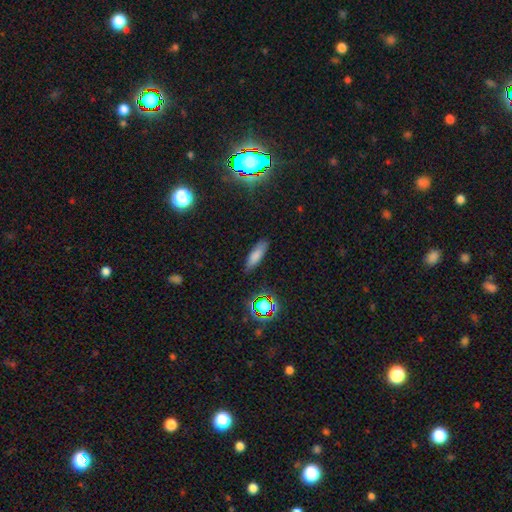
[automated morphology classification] This appears to be a smooth galaxy with no disk features (77%) that is in between round and cigar-shaped (51%). Merging: none (84%).